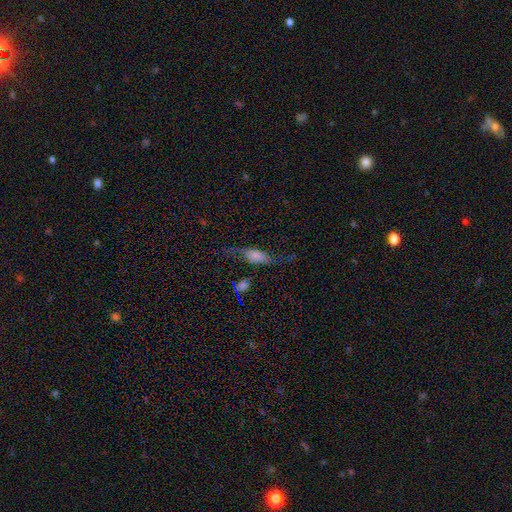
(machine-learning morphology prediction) This is possibly a smooth galaxy (46%). Merging: possibly none (48%).